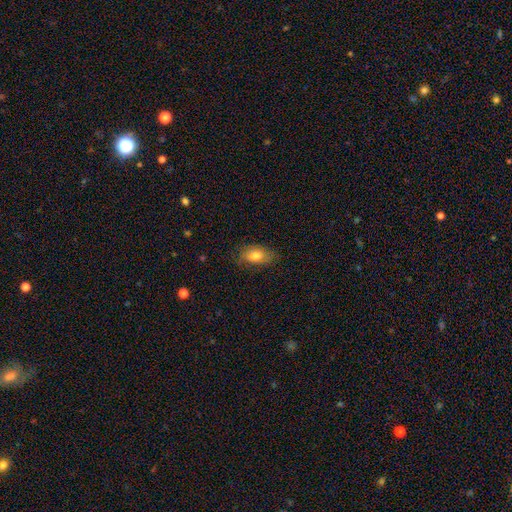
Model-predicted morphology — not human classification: A smooth galaxy with no disk features (77%) that is in between round and cigar-shaped (88%).

Vote fractions:
- Smooth or featured? smooth: 77% / featured or disk: 15% / star or artifact: 8%
- How rounded? in between: 88% / round: 8% / cigar-shaped: 4%
- Merging? none: 78% / minor disturbance: 17% / major disturbance: 4% / merger: 1%